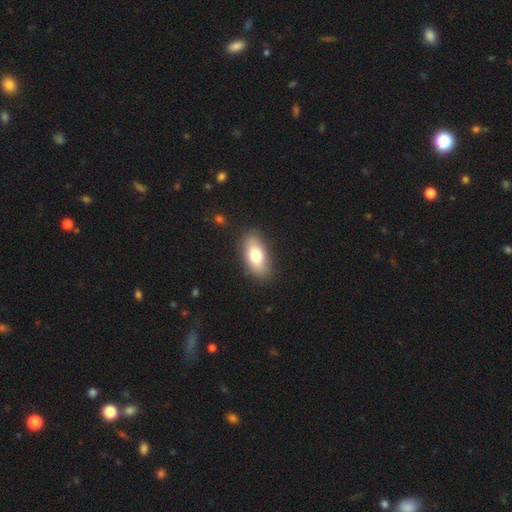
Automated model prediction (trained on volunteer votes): This appears to be a smooth galaxy with no disk features (75%) that is in between round and cigar-shaped (89%). Merging: none (87%).